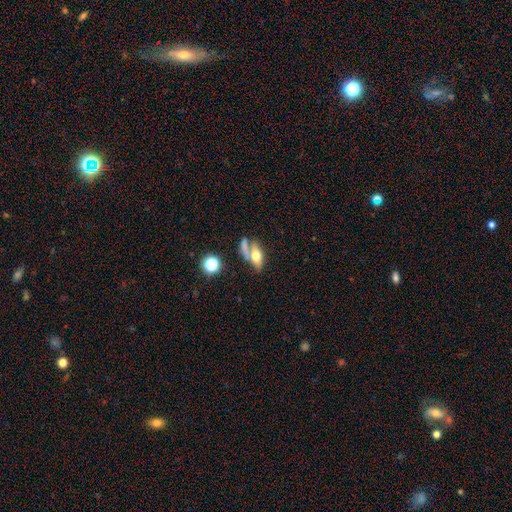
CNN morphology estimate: This appears to be a smooth galaxy with no disk features (62%) that is in between round and cigar-shaped (70%). Merging: none (42%).